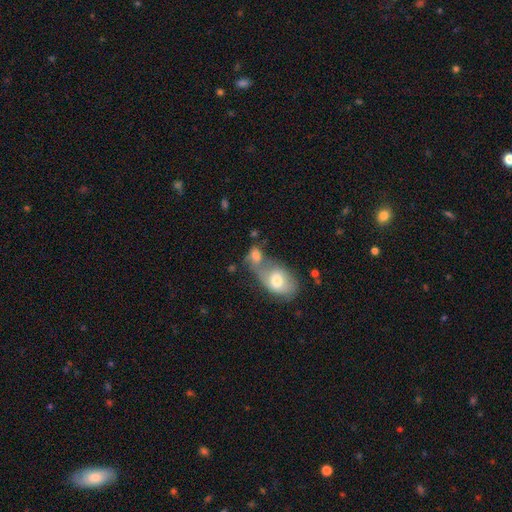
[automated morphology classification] This appears to be a smooth galaxy with no disk features (70%) that is in between round and cigar-shaped (74%). Merging: merger (67%).